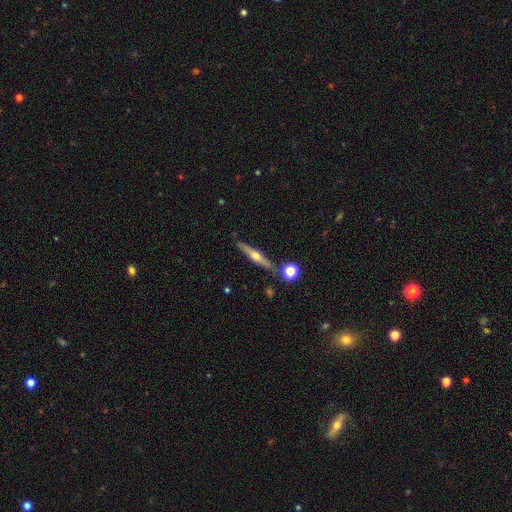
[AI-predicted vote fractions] Morphology: type=featured or disk (64%); edge-on=yes (96%); edge-on bulge=rounded (92%); merging=none (83%).